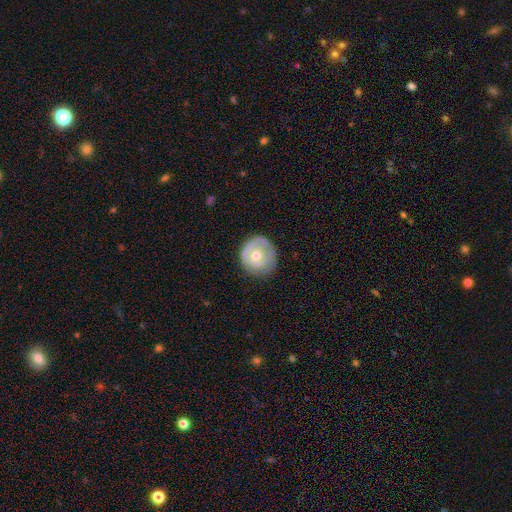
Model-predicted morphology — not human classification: featured or disk 50%, smooth 44%, star or artifact 7%. Down the decision tree: merging — none (72%).